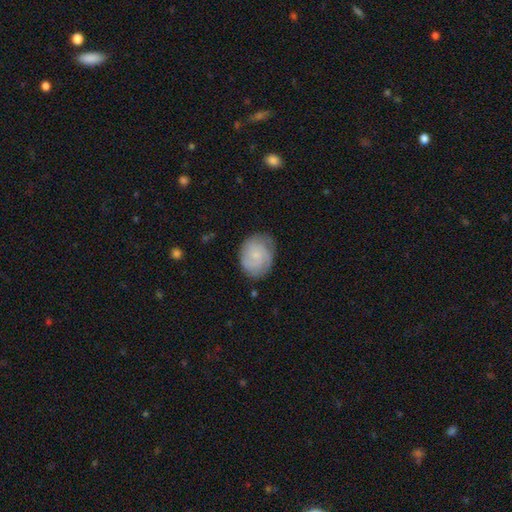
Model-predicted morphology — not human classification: Smooth or featured: featured or disk — 51% (smooth — 42%)
Edge-on disk: no — 98% (yes — 2%)
Merging: none — 72% (minor disturbance — 21%)